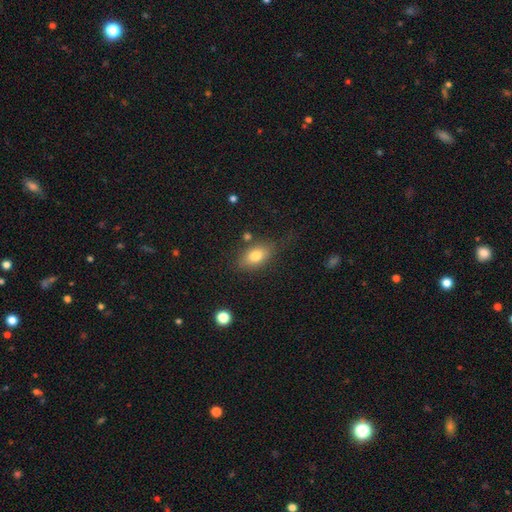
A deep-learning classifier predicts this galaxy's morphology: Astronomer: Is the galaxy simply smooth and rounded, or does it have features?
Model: smooth — 78%.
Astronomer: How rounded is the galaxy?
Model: in between — 85%.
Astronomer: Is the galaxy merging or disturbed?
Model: none — 71%.